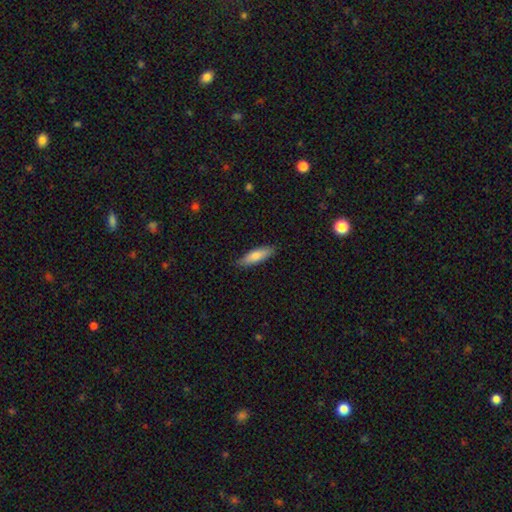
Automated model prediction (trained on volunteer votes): A smooth galaxy with no disk features (75%) that is cigar-shaped (64%). Merging: none (88%).